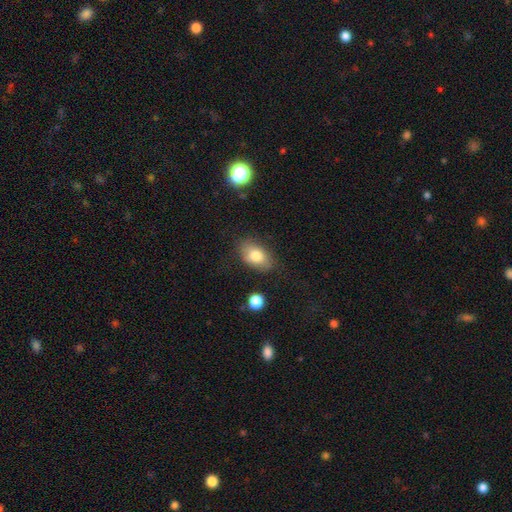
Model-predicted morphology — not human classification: This is likely a smooth galaxy (77%). How rounded: clearly in between (89%). Merging: likely none (78%).